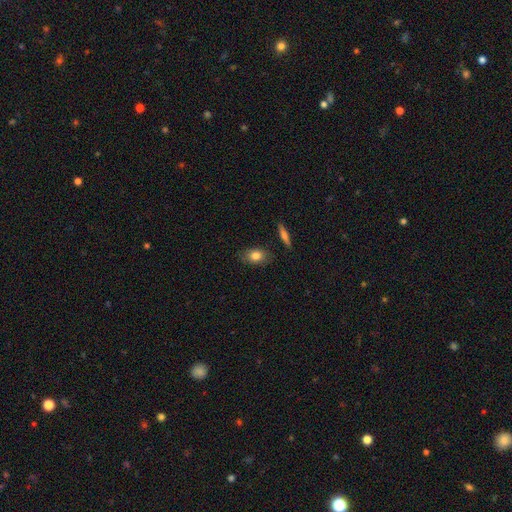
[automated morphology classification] smooth-or-featured: smooth: 81% | featured or disk: 11% | star or artifact: 8%
  how-rounded: in between: 76% | round: 19% | cigar-shaped: 4%
  merging: none: 83% | minor disturbance: 13% | major disturbance: 3% | merger: 2%